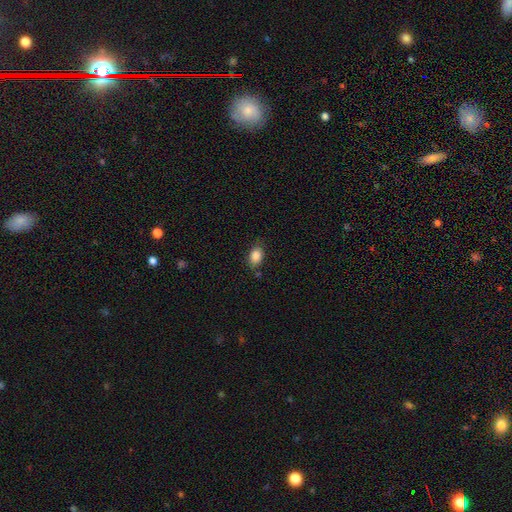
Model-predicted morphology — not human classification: Overall: smooth (87%). How rounded: in between (82%). Merging: none (77%).